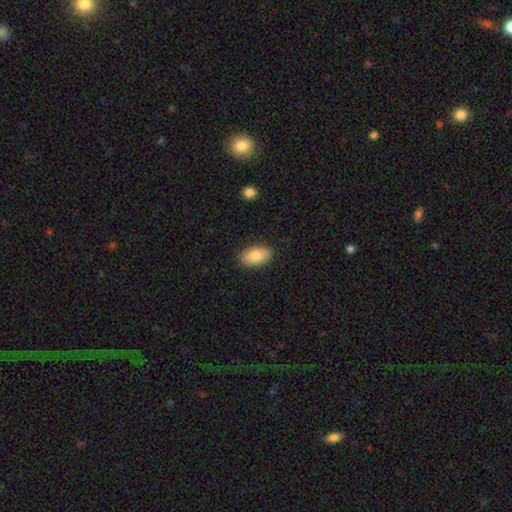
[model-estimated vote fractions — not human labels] Smooth or featured? Predicted: smooth (p=0.86). How rounded? Predicted: in between (p=0.94). Merging? Predicted: none (p=0.88).